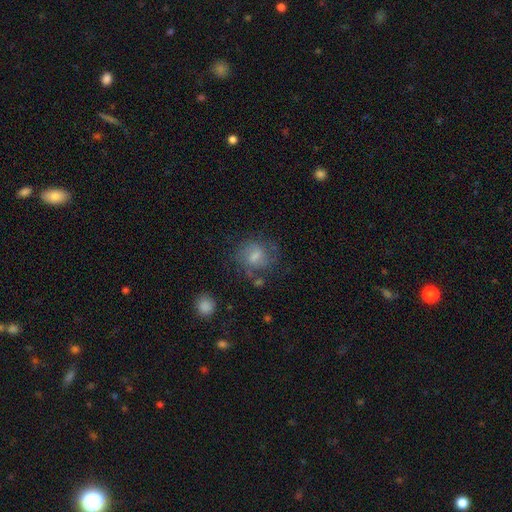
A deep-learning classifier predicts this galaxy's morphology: Overall: featured or disk (45%; smooth 42%). Merging: none (67%).